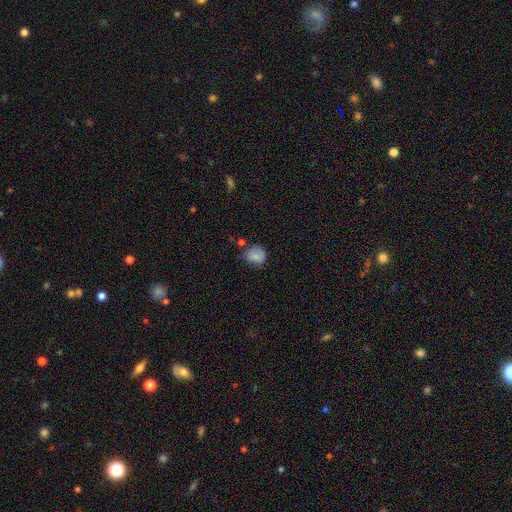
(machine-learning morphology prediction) Smooth or featured: smooth — 80% (featured or disk — 10%)
How rounded: round — 70% (in between — 29%)
Merging: none — 55% (minor disturbance — 29%)